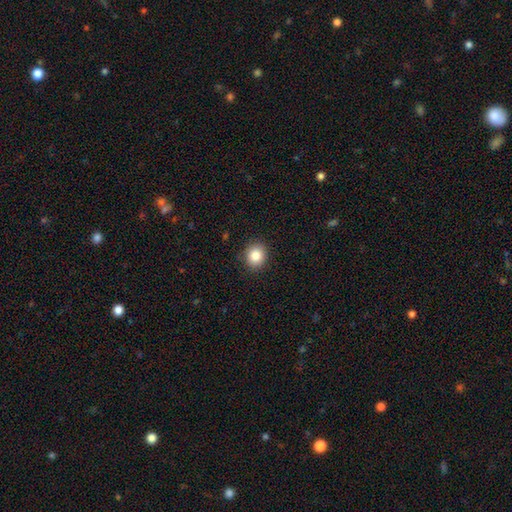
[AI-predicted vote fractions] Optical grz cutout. It shows a smooth galaxy with no disk features (86%) that is round (72%). Merging: none (89%).